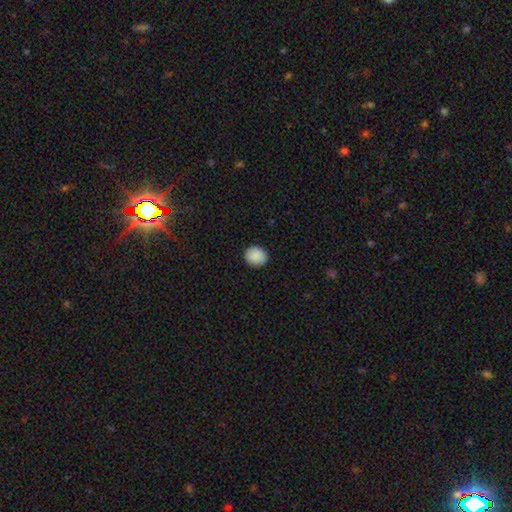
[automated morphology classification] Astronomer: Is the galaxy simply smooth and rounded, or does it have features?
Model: smooth — 90%.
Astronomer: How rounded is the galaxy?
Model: round — 75%.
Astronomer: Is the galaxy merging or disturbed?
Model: none — 91%.